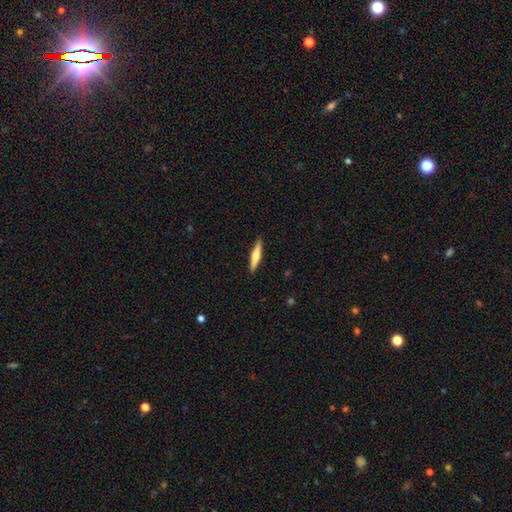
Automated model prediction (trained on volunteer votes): Smooth or featured? Predicted: smooth (p=0.52). How rounded? Predicted: cigar-shaped (p=0.88). Merging? Predicted: none (p=0.90).